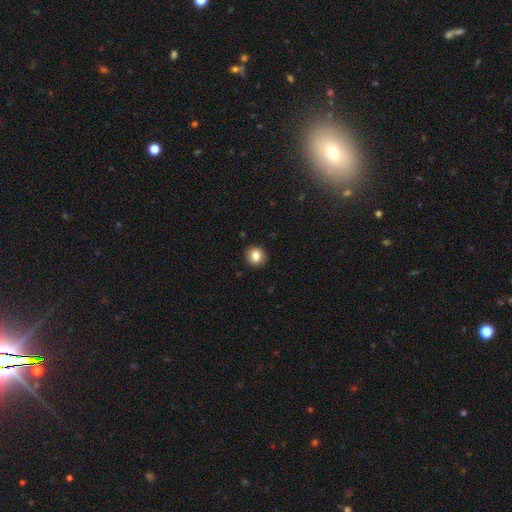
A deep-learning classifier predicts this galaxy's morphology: Smooth or featured? smooth (84%)
How rounded? round (91%)
Merging? none (92%)